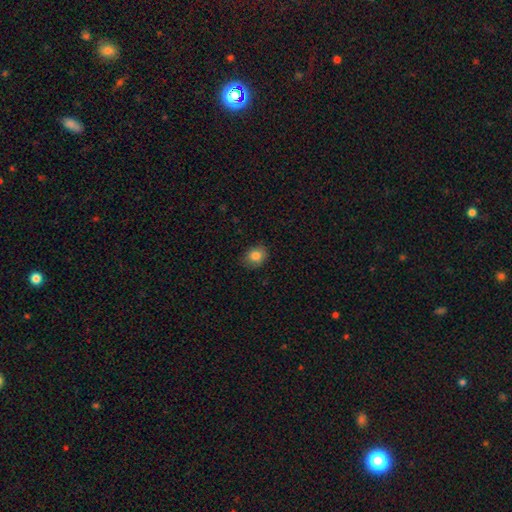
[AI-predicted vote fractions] Overall: smooth (84%). How rounded: round (55%; in between 45%). Merging: none (82%).